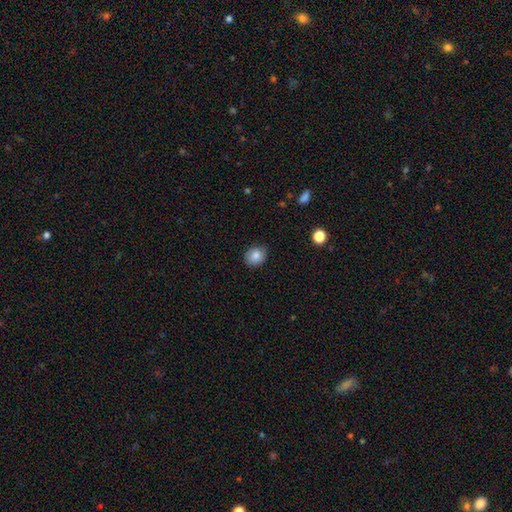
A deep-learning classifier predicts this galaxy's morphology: smooth_or_featured: smooth (p=0.83) [alt: star or artifact p=0.09]
how_rounded: round (p=0.60) [alt: in between p=0.39]
merging: none (p=0.81) [alt: minor disturbance p=0.16]